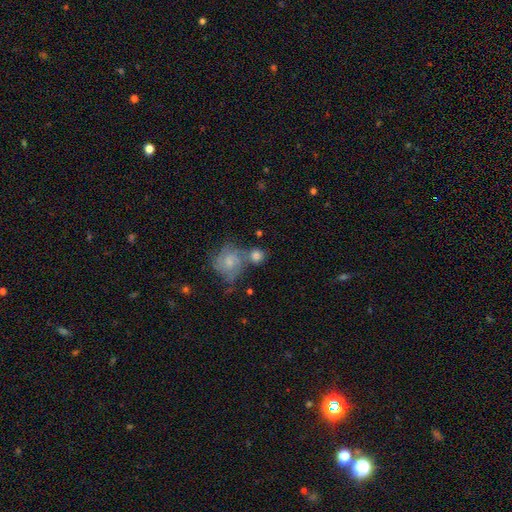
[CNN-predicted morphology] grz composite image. It shows a smooth galaxy with no disk features (66%) that is round (77%). Merging: none (45%).